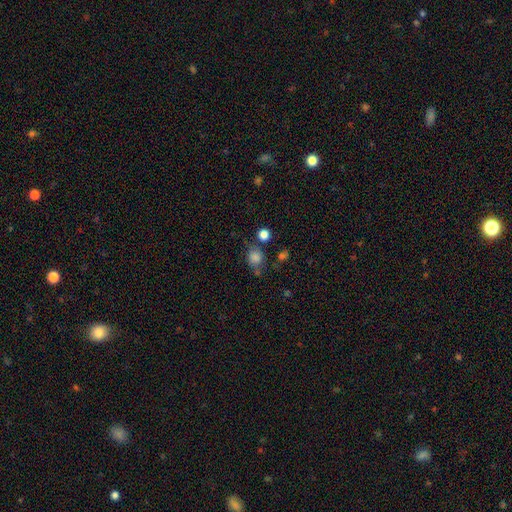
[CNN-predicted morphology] A smooth galaxy with no disk features (81%) that is round (77%).

Vote fractions:
- Smooth or featured? smooth: 81% / star or artifact: 12% / featured or disk: 7%
- How rounded? round: 77% / in between: 22% / cigar-shaped: 1%
- Merging? none: 62% / minor disturbance: 19% / merger: 11% / major disturbance: 8%